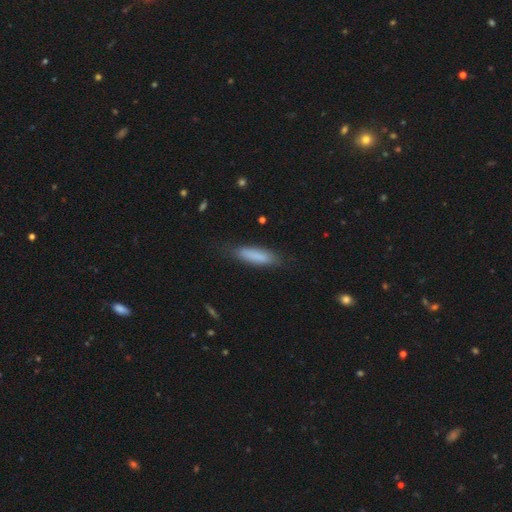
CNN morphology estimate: type=smooth (83%); roundness=cigar-shaped (65%); merging=none (79%).